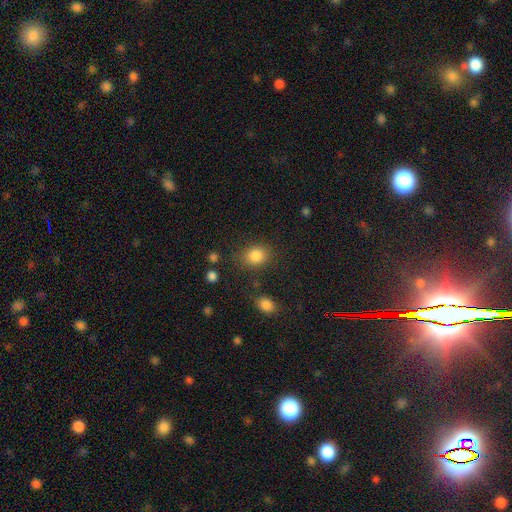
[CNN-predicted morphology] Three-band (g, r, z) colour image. It shows a smooth galaxy with no disk features (85%) that is round (54%). Merging: none (79%).